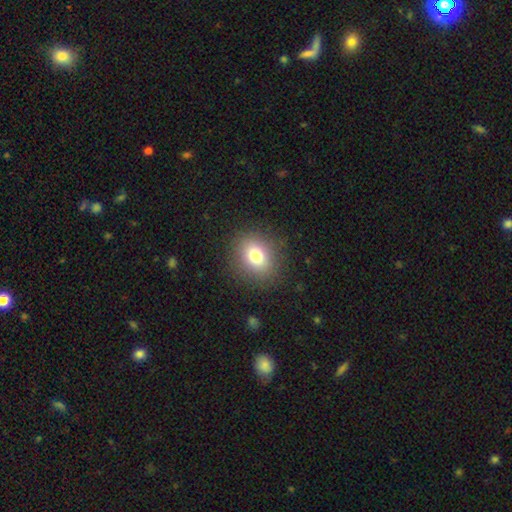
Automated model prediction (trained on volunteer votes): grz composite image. It shows a smooth galaxy with no disk features (77%) that is round (57%). Merging: none (86%).